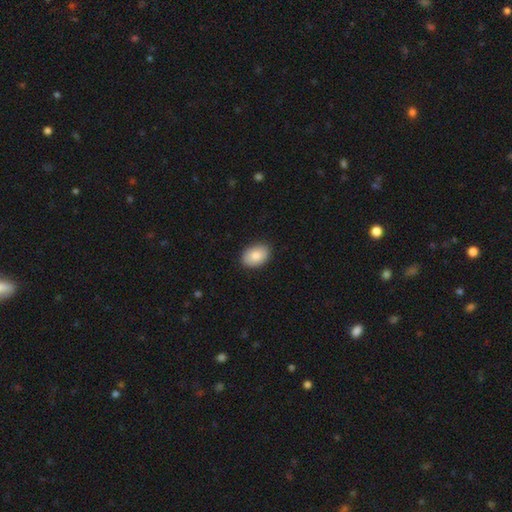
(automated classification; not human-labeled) The model was most divided on "how rounded": in between: 84%, round: 15%, cigar-shaped: 1%. More confident: merging — none (89%); smooth or featured — smooth (83%).